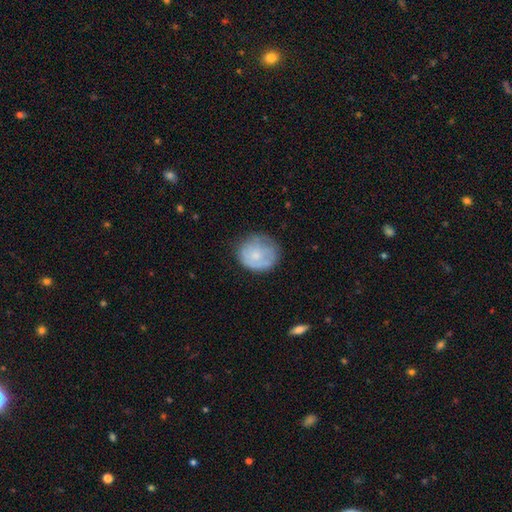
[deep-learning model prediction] Overall: smooth (62%; featured or disk 31%). How rounded: round (80%). Merging: none (63%; minor disturbance 25%).